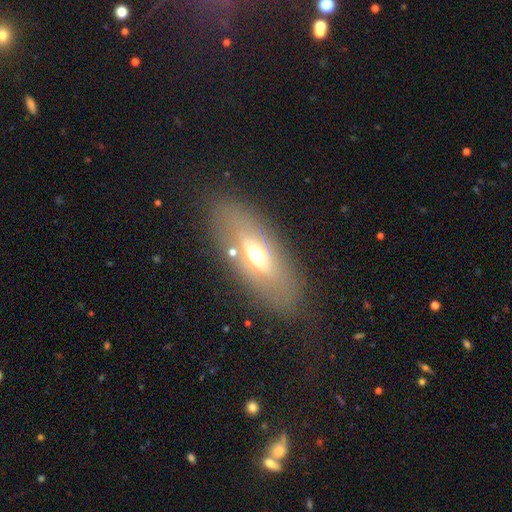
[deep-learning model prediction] A featured or disk galaxy (55%). Merging: none (78%).